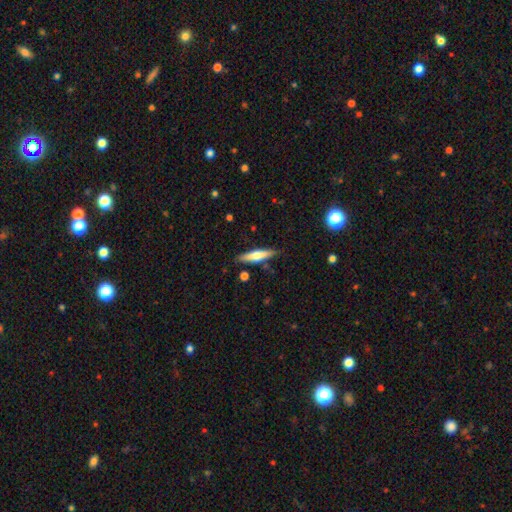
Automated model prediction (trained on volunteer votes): smooth-or-featured: smooth: 53% | featured or disk: 41% | star or artifact: 6%
  how-rounded: cigar-shaped: 78% | in between: 20% | round: 2%
  merging: none: 83% | minor disturbance: 11% | merger: 3% | major disturbance: 2%